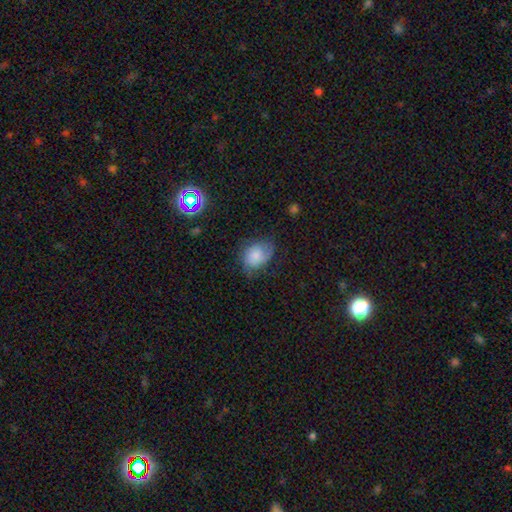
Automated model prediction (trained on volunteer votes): Overall: smooth (62%; featured or disk 29%). How rounded: in between (65%; round 34%). Merging: none (53%; minor disturbance 31%).